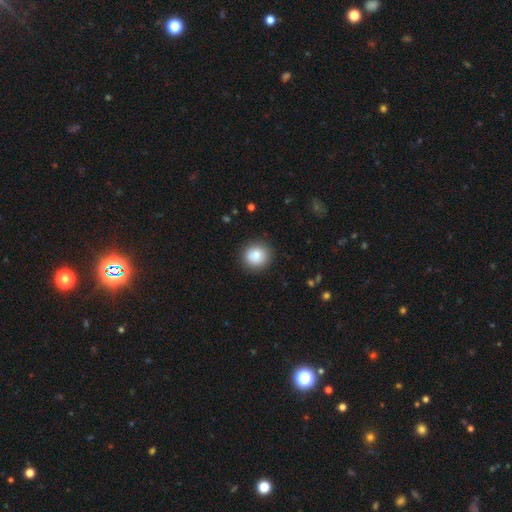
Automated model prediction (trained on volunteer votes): The model was most divided on "smooth or featured": smooth: 85%, star or artifact: 8%, featured or disk: 7%. More confident: how rounded — round (90%); merging — none (88%).